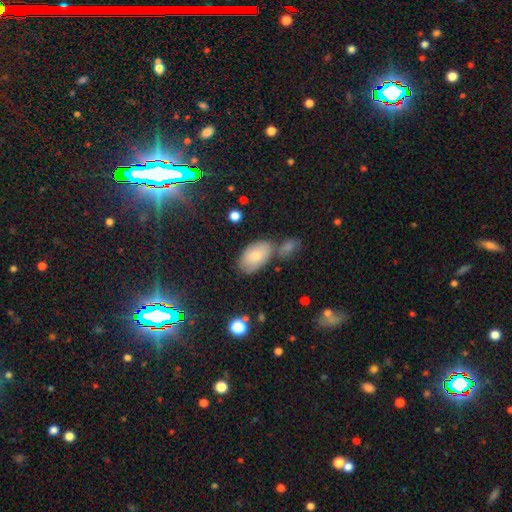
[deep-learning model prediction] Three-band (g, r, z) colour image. It shows a smooth galaxy with no disk features (75%) that is in between round and cigar-shaped (92%). Merging: none (58%).